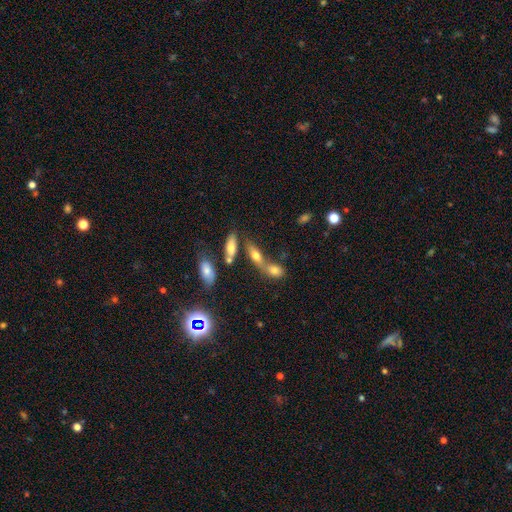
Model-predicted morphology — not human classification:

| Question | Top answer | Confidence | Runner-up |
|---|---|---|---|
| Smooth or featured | smooth | 65% | featured or disk (23%) |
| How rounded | in between | 68% | cigar-shaped (23%) |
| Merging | merger | 58% | none (28%) |